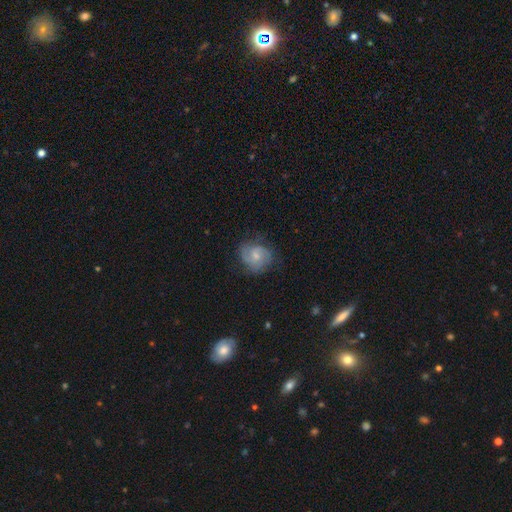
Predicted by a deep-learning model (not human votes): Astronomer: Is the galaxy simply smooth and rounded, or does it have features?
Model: featured or disk — 57% (runner-up: smooth, 36%).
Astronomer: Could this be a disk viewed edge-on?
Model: no — 98%.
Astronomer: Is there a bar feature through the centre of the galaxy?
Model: no — 58% (runner-up: weak, 37%).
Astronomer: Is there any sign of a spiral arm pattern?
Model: yes — 87%.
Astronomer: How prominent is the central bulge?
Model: small — 51% (runner-up: moderate, 39%).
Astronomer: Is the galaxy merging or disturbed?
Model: none — 65%.